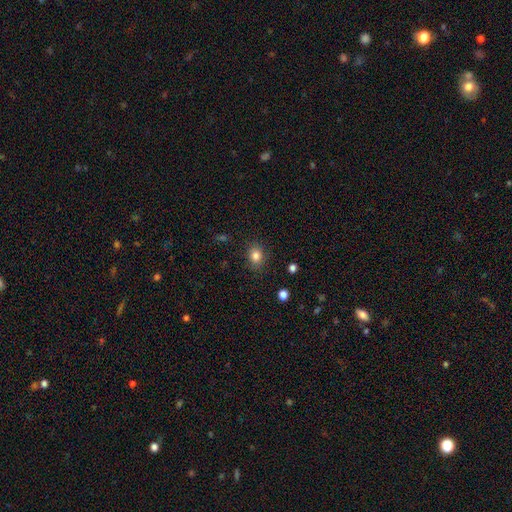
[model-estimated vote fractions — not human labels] Overall: smooth (82%). How rounded: round (54%; in between 45%). Merging: none (87%).